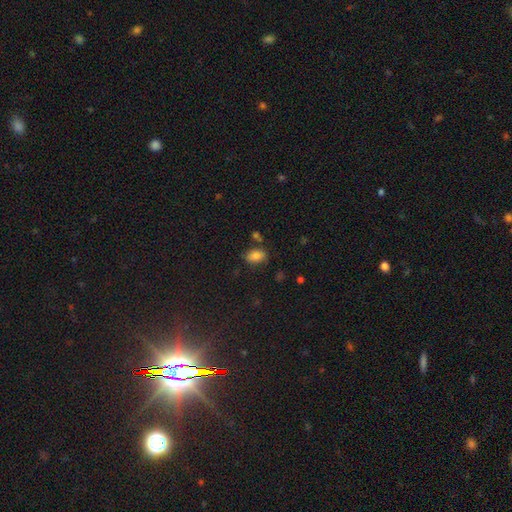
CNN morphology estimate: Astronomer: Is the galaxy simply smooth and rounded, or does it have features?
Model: smooth — 82%.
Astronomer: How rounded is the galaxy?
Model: in between — 87%.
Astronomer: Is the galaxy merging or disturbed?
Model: none — 73%.